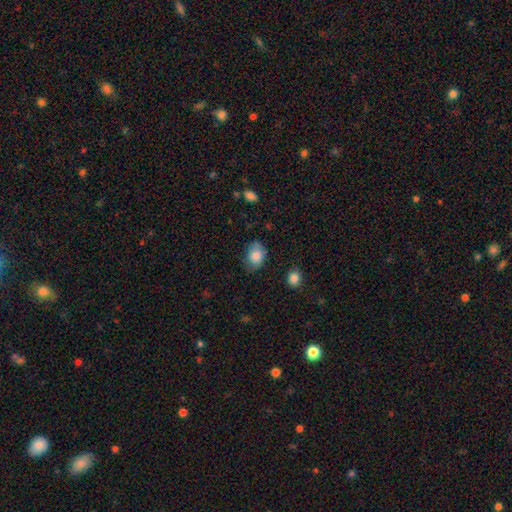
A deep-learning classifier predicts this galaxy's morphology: Overall: smooth (82%). How rounded: in between (76%). Merging: none (70%).